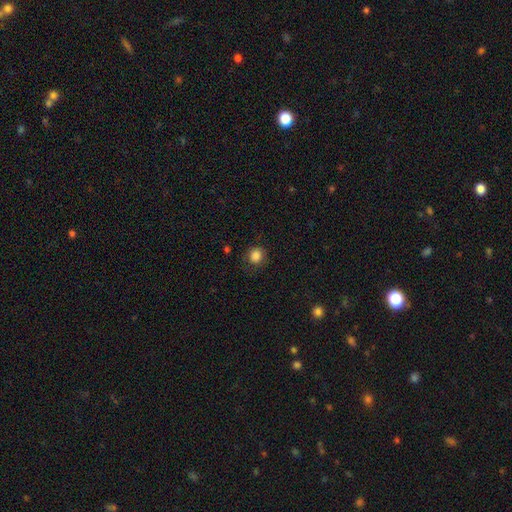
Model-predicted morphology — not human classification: type=smooth (85%); roundness=round (84%); merging=none (81%).